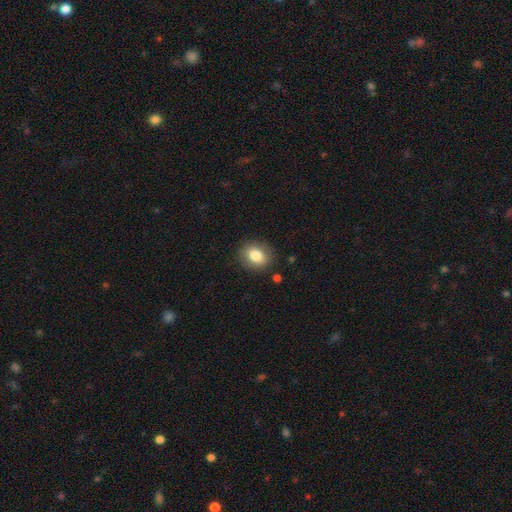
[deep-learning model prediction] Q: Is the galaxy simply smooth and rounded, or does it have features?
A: smooth — 82%.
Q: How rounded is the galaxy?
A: round — 54%.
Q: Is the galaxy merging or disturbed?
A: none — 86%.